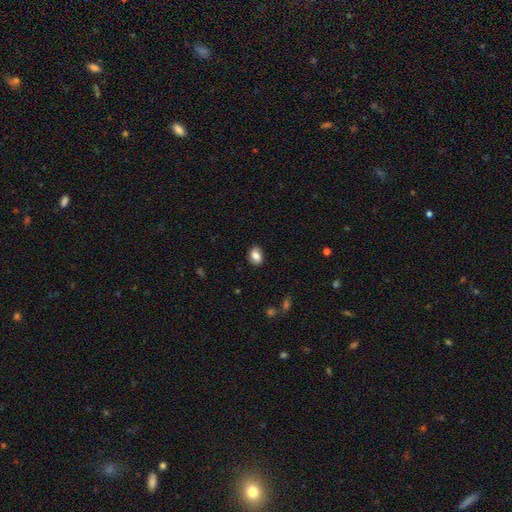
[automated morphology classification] smooth-or-featured: smooth: 79% | featured or disk: 13% | star or artifact: 8%
  how-rounded: in between: 72% | round: 27% | cigar-shaped: 1%
  merging: none: 84% | minor disturbance: 12% | major disturbance: 3% | merger: 1%